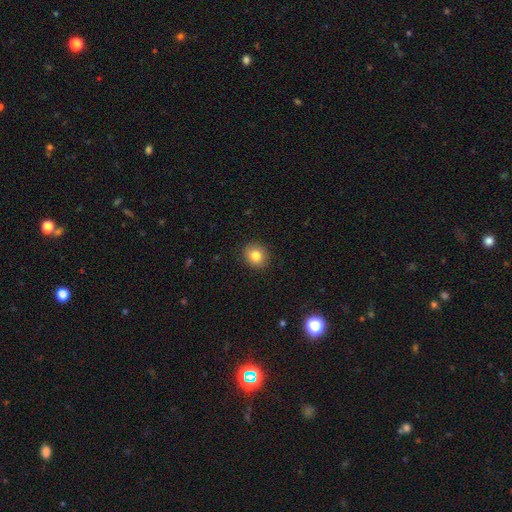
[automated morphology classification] Smooth or featured?
  - smooth: 82% *
  - star or artifact: 10%
  - featured or disk: 8%
How rounded?
  - round: 73% *
  - in between: 26%
  - cigar-shaped: 1%
Merging?
  - none: 88% *
  - minor disturbance: 8%
  - major disturbance: 2%
  - merger: 1%